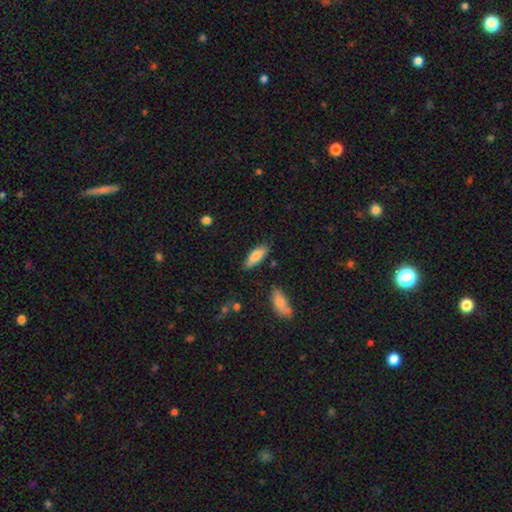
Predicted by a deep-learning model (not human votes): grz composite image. It shows a smooth galaxy with no disk features (79%) that is in between round and cigar-shaped (65%). Merging: none (79%).